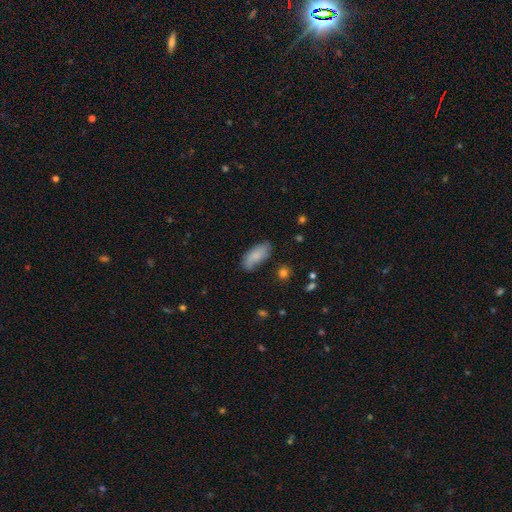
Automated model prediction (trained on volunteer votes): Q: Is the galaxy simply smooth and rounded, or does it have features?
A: smooth — 79%.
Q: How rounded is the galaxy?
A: in between — 84%.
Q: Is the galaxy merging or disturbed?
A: none — 69%.